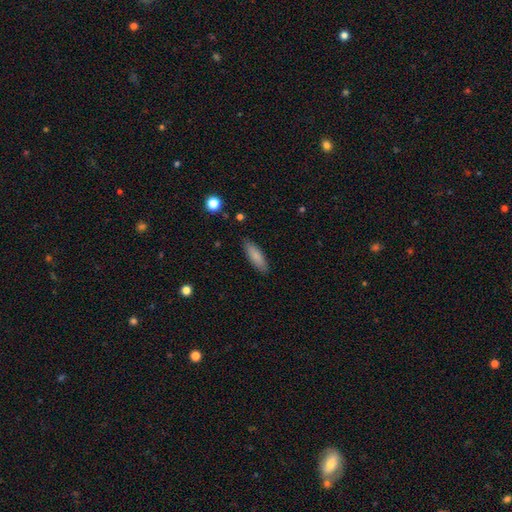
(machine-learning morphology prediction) type=smooth (85%); roundness=in between (53%); merging=none (86%).